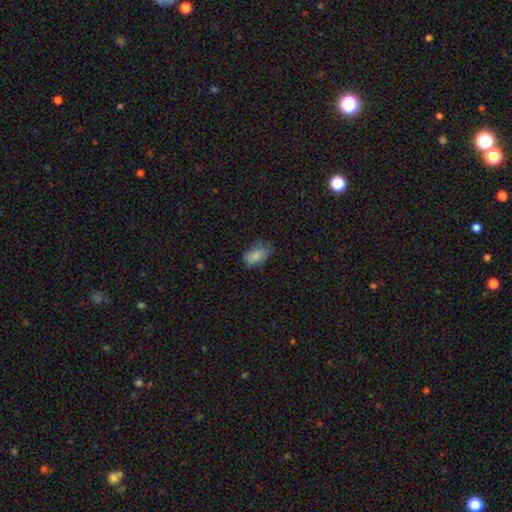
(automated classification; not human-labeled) This appears to be a smooth galaxy with no disk features (84%) that is in between round and cigar-shaped (91%). Merging: none (54%).